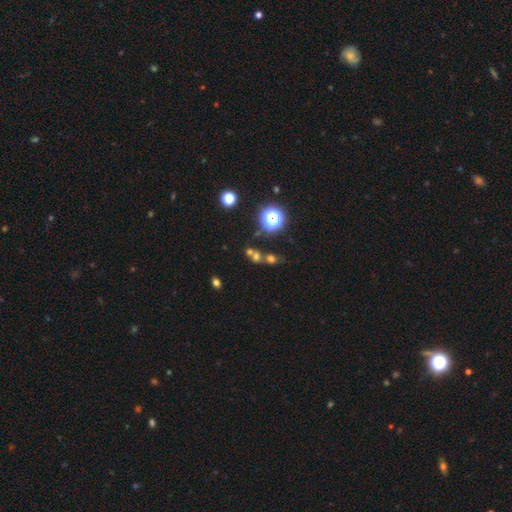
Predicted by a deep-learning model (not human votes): Smooth or featured? Predicted: smooth (p=0.43). Merging? Predicted: none (p=0.47).